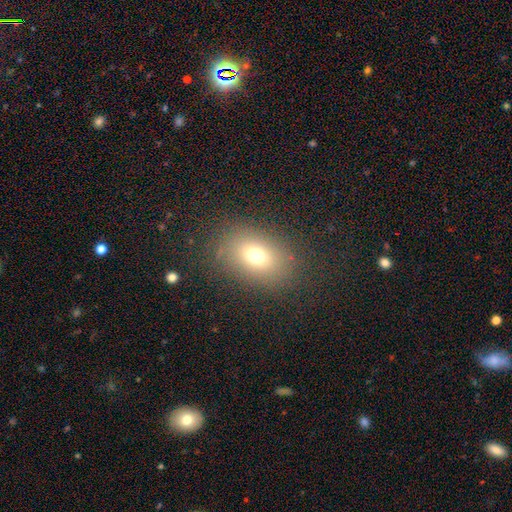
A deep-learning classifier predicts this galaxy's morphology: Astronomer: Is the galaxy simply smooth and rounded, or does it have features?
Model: smooth — 70%.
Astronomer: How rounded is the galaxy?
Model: in between — 71%.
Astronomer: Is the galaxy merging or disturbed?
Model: none — 81%.